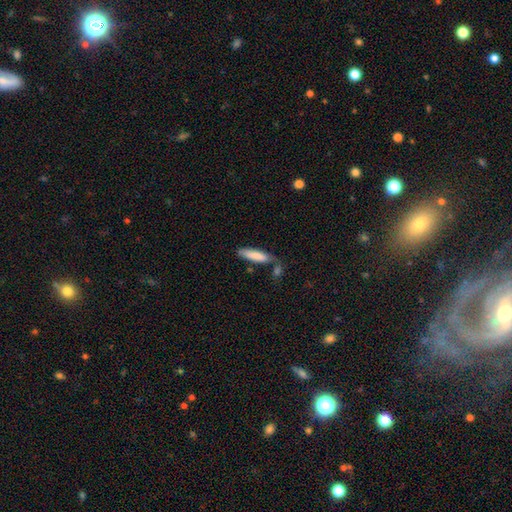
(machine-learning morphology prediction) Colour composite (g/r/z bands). It shows a smooth galaxy with no disk features (81%) that is cigar-shaped (70%). Merging: none (60%).